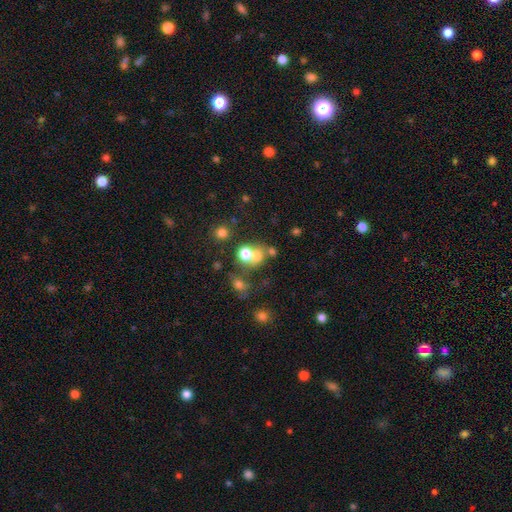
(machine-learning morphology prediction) Q: Smooth or featured?
A: smooth (66%); runner-up: star or artifact (19%)
Q: How rounded?
A: round (72%); runner-up: in between (27%)
Q: Merging?
A: merger (45%); runner-up: none (40%)